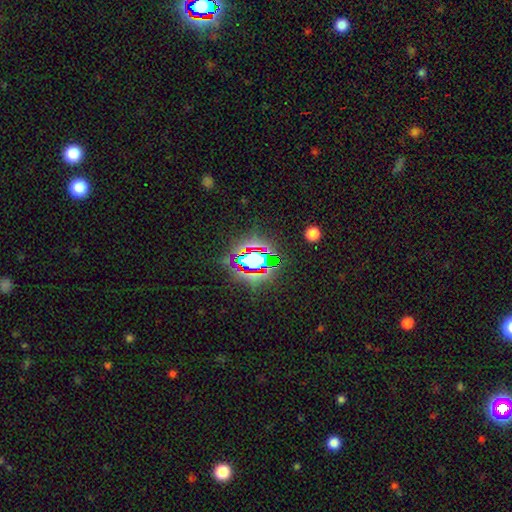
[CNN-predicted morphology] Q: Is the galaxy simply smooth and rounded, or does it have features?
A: star or artifact — 68%.